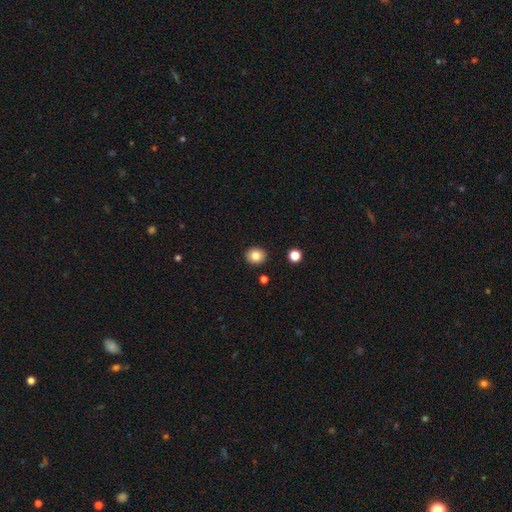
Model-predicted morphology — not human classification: Smooth or featured? Predicted: smooth (p=0.84). How rounded? Predicted: round (p=0.81). Merging? Predicted: none (p=0.91).